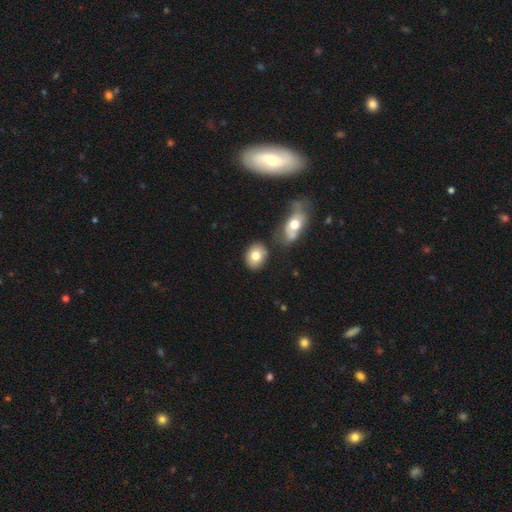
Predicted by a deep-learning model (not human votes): smooth-or-featured: smooth: 78% | featured or disk: 14% | star or artifact: 8%
  how-rounded: in between: 56% | round: 43% | cigar-shaped: 1%
  merging: none: 74% | minor disturbance: 12% | merger: 10% | major disturbance: 4%